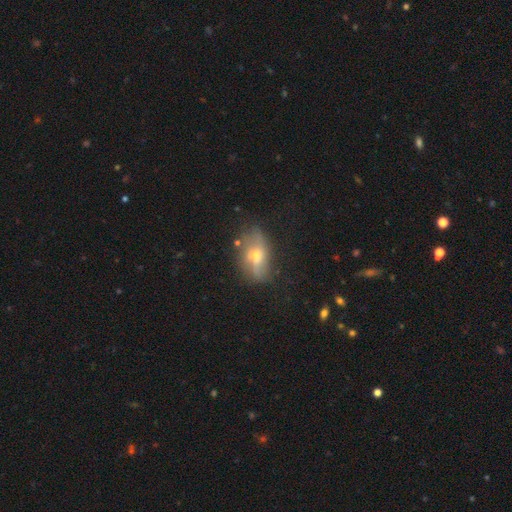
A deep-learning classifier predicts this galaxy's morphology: A featured or disk galaxy (54%). Merging: none (65%).